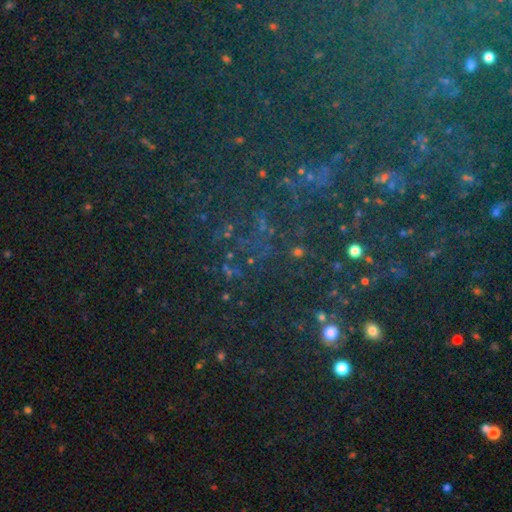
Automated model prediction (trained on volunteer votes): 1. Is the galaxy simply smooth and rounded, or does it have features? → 77% star or artifact, 14% smooth, 9% featured or disk.